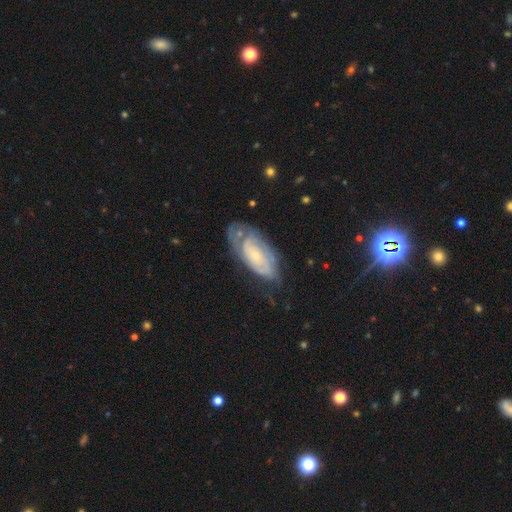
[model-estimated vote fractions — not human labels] Q: Smooth or featured?
A: featured or disk (71%); runner-up: smooth (23%)
Q: Edge-on disk?
A: no (93%); runner-up: yes (7%)
Q: Bar?
A: no (76%); runner-up: weak (20%)
Q: Spiral arms?
A: yes (81%); runner-up: no (19%)
Q: Spiral winding?
A: tight (66%); runner-up: medium (25%)
Q: Spiral arm count?
A: can't tell (54%); runner-up: 2 (26%)
Q: Bulge size?
A: small (75%); runner-up: moderate (20%)
Q: Merging?
A: none (56%); runner-up: minor disturbance (27%)